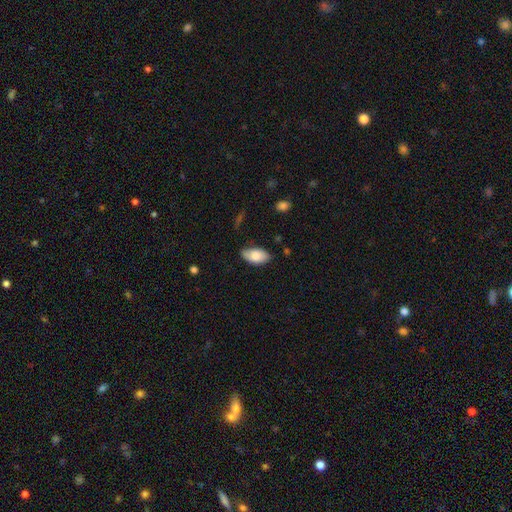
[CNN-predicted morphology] Smooth or featured? smooth (80%)
How rounded? in between (94%)
Merging? none (71%)